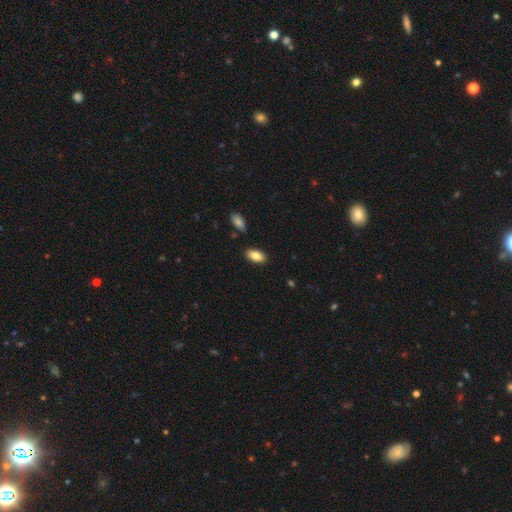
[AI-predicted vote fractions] This appears to be a smooth galaxy with no disk features (85%) that is in between round and cigar-shaped (93%). Merging: none (87%).